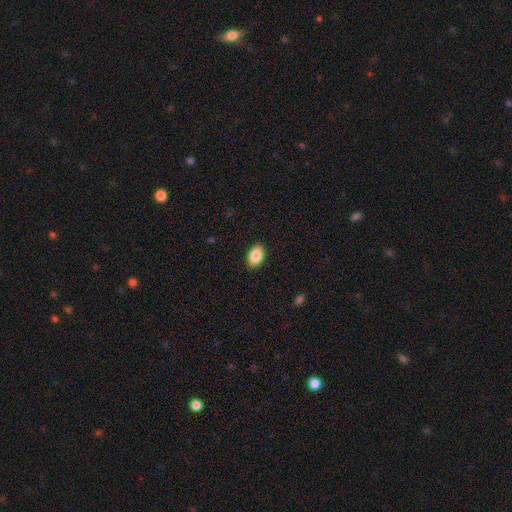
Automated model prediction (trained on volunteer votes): Smooth or featured? smooth (87%)
How rounded? in between (90%)
Merging? none (89%)